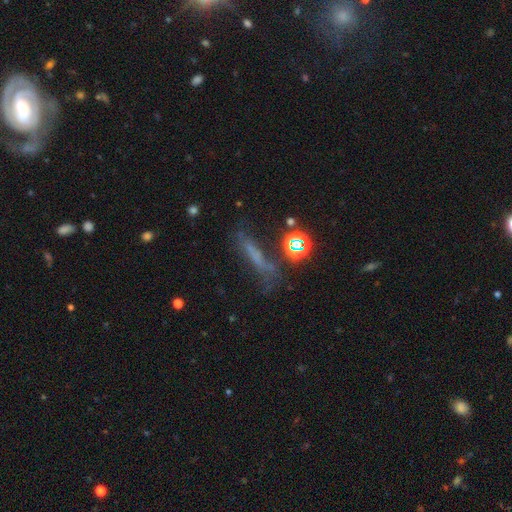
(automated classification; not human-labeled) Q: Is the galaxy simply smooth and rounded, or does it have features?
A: smooth — 45%.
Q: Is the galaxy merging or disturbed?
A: none — 55%.